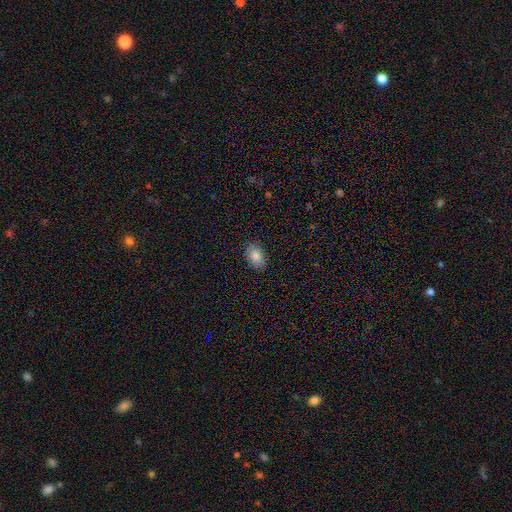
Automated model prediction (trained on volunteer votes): Morphology: type=smooth (82%); roundness=in between (83%); merging=none (88%).